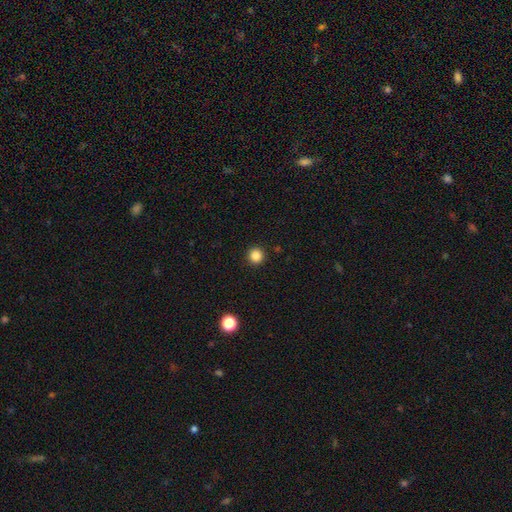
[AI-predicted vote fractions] This appears to be a smooth galaxy with no disk features (84%) that is round (96%). Merging: none (93%).